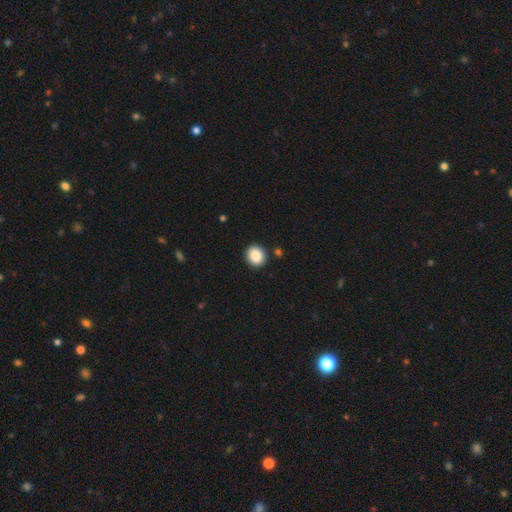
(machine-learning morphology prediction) A smooth galaxy with no disk features (87%) that is round (81%). Merging: none (90%).